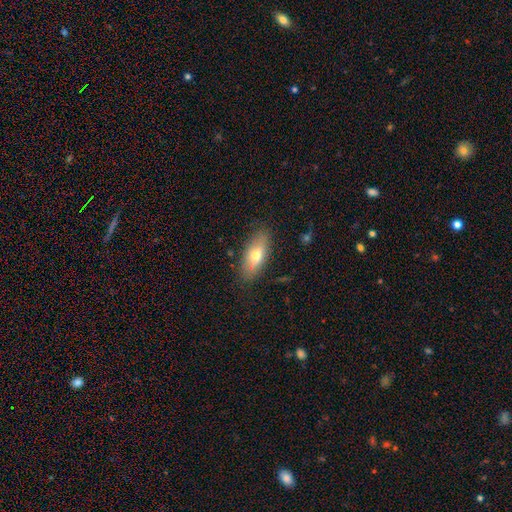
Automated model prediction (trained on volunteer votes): smooth 64%, featured or disk 28%, star or artifact 7%. Down the decision tree: how rounded — in between (75%); merging — none (82%).